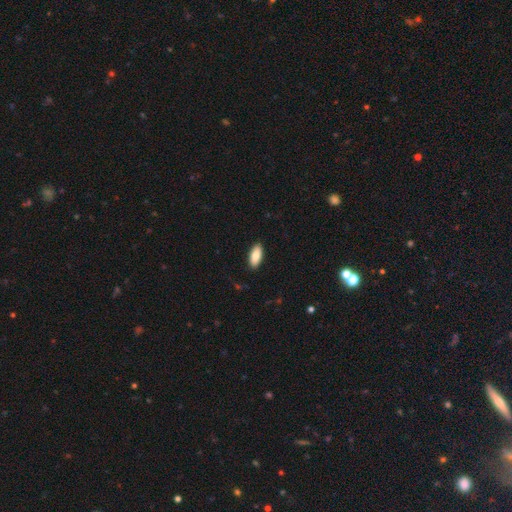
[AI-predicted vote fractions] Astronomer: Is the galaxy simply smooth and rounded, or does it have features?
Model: smooth — 86%.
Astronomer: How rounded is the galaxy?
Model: in between — 87%.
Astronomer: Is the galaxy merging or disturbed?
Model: none — 89%.